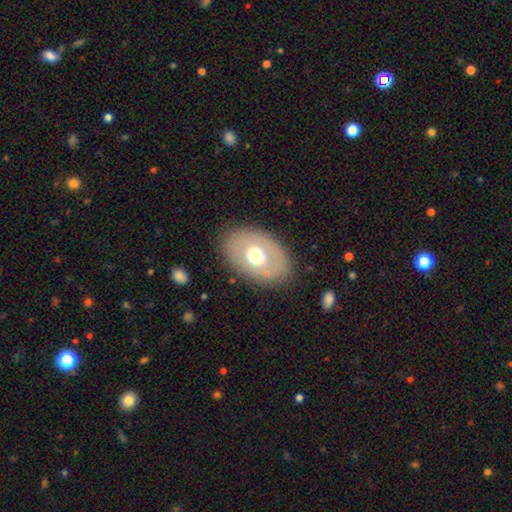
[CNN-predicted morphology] Smooth or featured? smooth (57%)
How rounded? in between (79%)
Merging? none (83%)